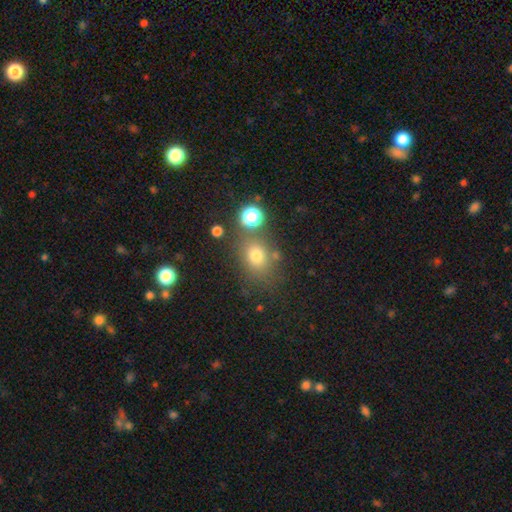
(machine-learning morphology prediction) smooth-or-featured: smooth: 72% | star or artifact: 18% | featured or disk: 11%
  how-rounded: round: 52% | in between: 46% | cigar-shaped: 1%
  merging: none: 71% | minor disturbance: 13% | merger: 11% | major disturbance: 6%